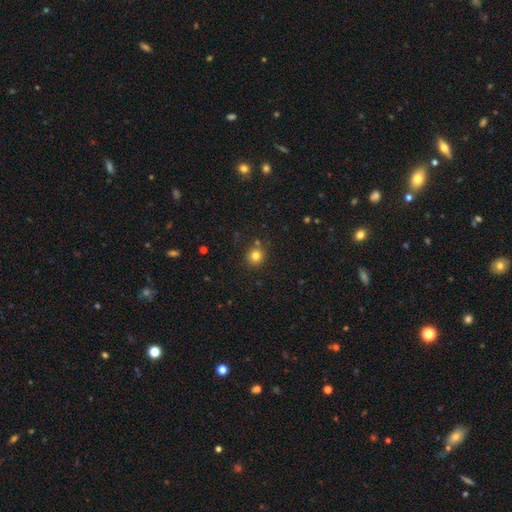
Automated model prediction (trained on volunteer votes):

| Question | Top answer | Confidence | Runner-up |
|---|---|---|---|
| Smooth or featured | smooth | 80% | star or artifact (14%) |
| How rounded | round | 90% | in between (9%) |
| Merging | none | 83% | minor disturbance (9%) |